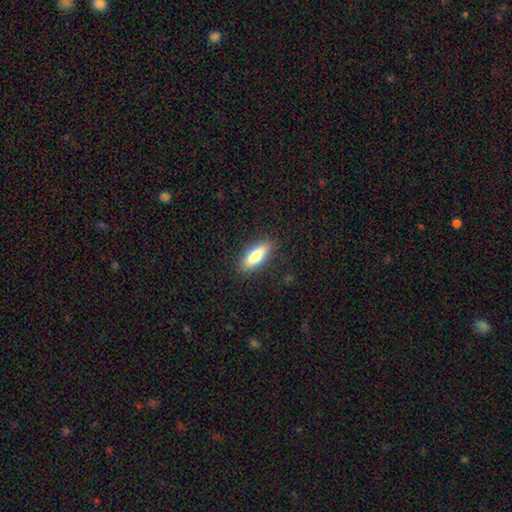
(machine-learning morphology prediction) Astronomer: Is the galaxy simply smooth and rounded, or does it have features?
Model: smooth — 74%.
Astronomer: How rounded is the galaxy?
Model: in between — 55% (runner-up: cigar-shaped, 42%).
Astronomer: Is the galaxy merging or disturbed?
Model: none — 88%.